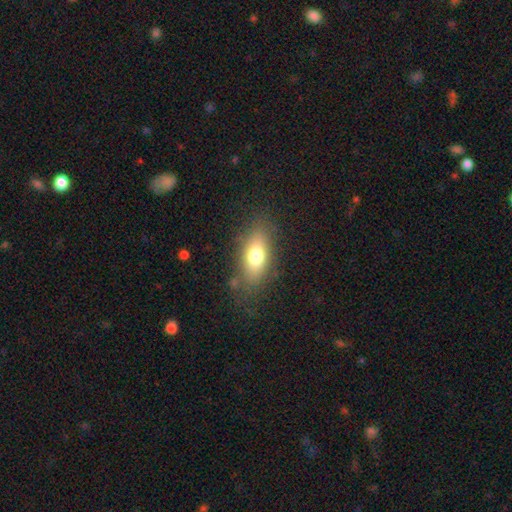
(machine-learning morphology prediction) smooth_or_featured: smooth (p=0.73) [alt: featured or disk p=0.18]
how_rounded: in between (p=0.79) [alt: cigar-shaped p=0.15]
merging: none (p=0.79) [alt: minor disturbance p=0.14]